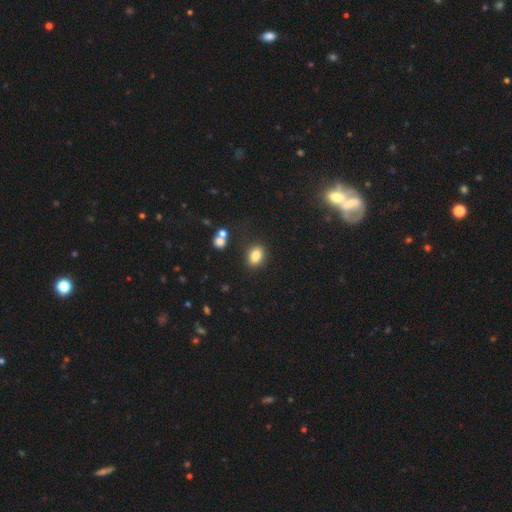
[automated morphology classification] Smooth or featured?
  - smooth: 83% *
  - star or artifact: 10%
  - featured or disk: 7%
How rounded?
  - in between: 72% *
  - round: 26%
  - cigar-shaped: 2%
Merging?
  - none: 82% *
  - minor disturbance: 10%
  - merger: 4%
  - major disturbance: 3%